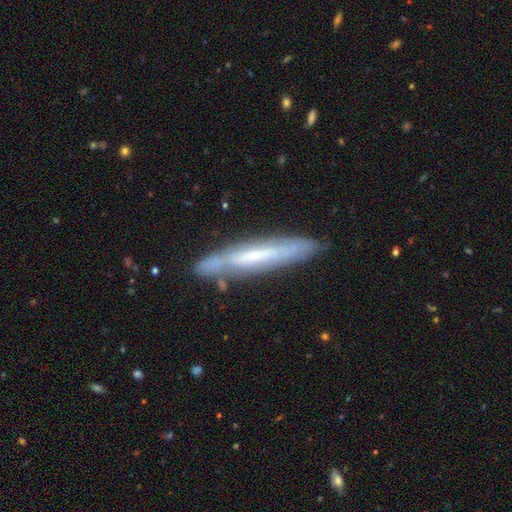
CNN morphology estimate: The model was most divided on "smooth or featured": featured or disk: 61%, smooth: 32%, star or artifact: 7%. More confident: merging — none (80%); edge-on disk — yes (75%).